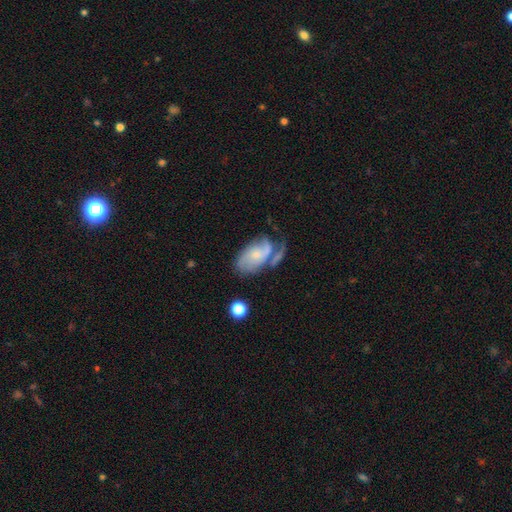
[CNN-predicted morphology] Smooth or featured? featured or disk (55%)
Edge-on disk? no (95%)
Bar? no (74%)
Spiral arms? yes (80%)
Bulge size? small (59%)
Merging? none (33%)